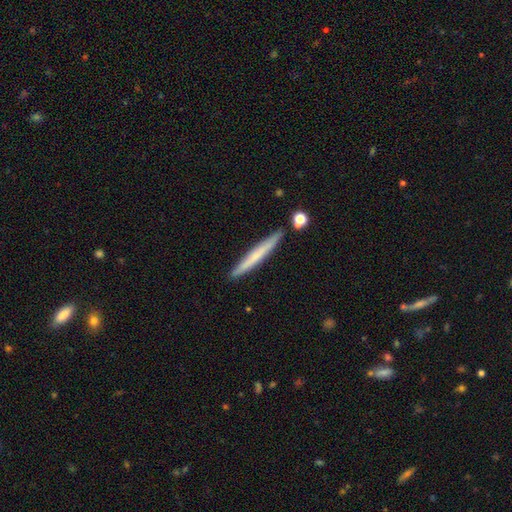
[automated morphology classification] smooth 57%, featured or disk 37%, star or artifact 6%. Down the decision tree: how rounded — cigar-shaped (97%); merging — none (87%).